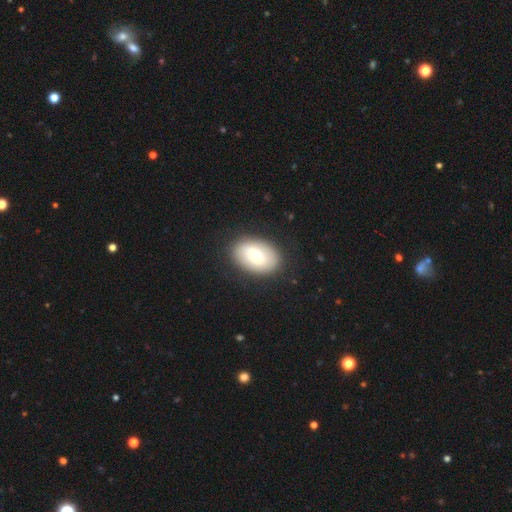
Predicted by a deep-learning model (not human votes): This is likely a smooth galaxy (63%). How rounded: clearly in between (86%). Merging: clearly none (86%).